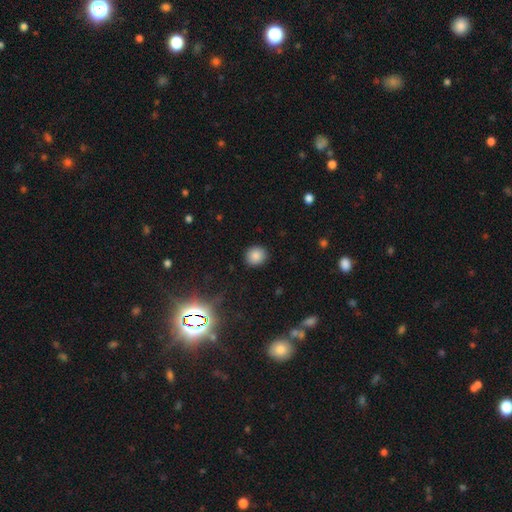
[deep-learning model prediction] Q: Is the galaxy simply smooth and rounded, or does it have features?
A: smooth — 85%.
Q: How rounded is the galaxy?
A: round — 82%.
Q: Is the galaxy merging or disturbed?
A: none — 90%.